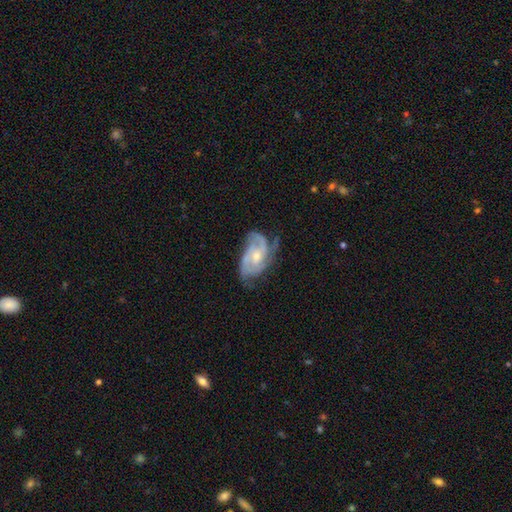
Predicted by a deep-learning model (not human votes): Smooth or featured? featured or disk (85%)
Edge-on disk? no (97%)
Bar? no (66%)
Spiral arms? yes (96%)
Spiral winding? tight (45%)
Spiral arm count? 3 (43%)
Bulge size? moderate (50%)
Merging? none (58%)